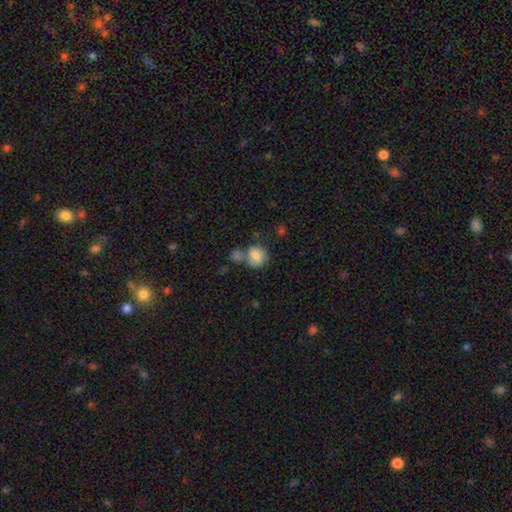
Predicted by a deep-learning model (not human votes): A smooth galaxy with no disk features (73%) that is round (65%).

Vote fractions:
- Smooth or featured? smooth: 73% / featured or disk: 18% / star or artifact: 9%
- How rounded? round: 65% / in between: 34% / cigar-shaped: 1%
- Merging? none: 38% / merger: 37% / minor disturbance: 16% / major disturbance: 8%